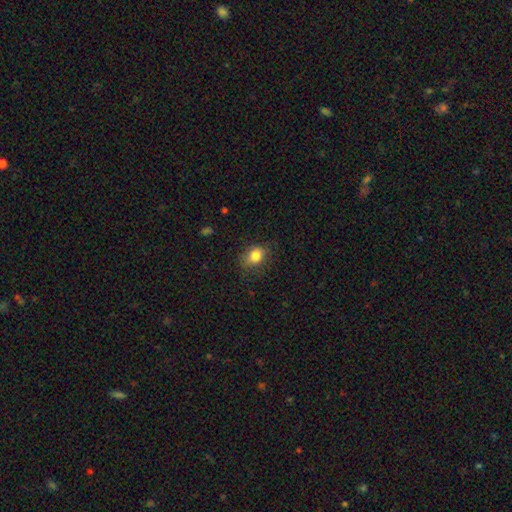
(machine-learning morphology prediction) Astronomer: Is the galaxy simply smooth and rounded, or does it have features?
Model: smooth — 83%.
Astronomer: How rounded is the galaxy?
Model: in between — 59% (runner-up: round, 39%).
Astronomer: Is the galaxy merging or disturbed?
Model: none — 73%.